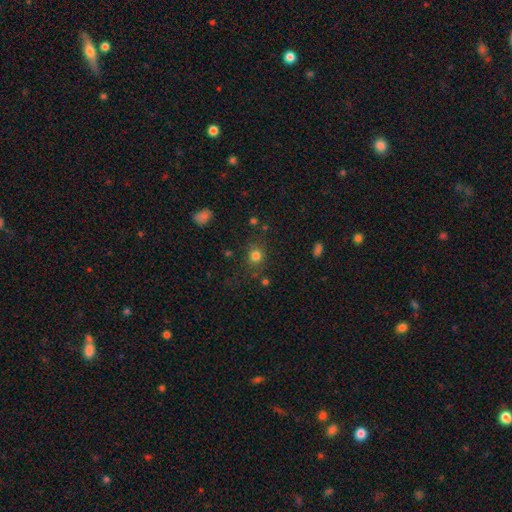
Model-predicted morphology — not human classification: smooth_or_featured: smooth (p=0.79) [alt: star or artifact p=0.15]
how_rounded: round (p=0.84) [alt: in between p=0.15]
merging: none (p=0.79) [alt: minor disturbance p=0.12]